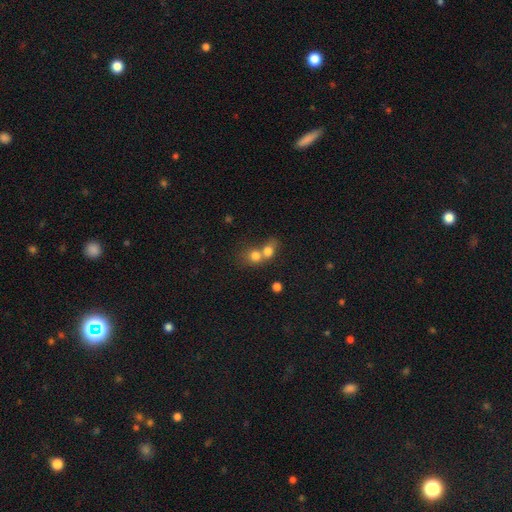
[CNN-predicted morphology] Smooth or featured? Predicted: smooth (p=0.75). How rounded? Predicted: round (p=0.70). Merging? Predicted: merger (p=0.67).